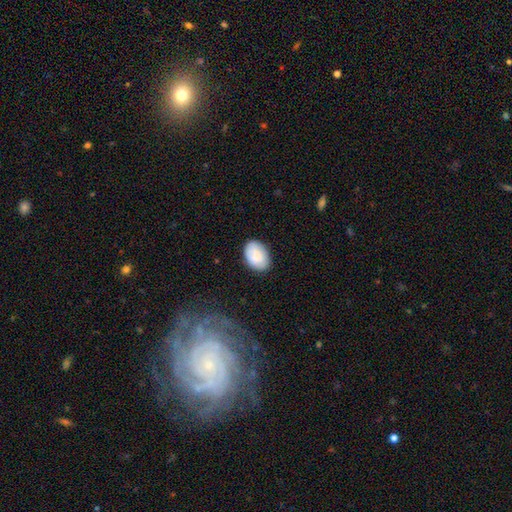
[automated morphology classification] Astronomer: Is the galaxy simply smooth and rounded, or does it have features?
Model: smooth — 83%.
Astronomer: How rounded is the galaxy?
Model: in between — 86%.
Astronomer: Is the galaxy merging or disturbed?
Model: none — 80%.